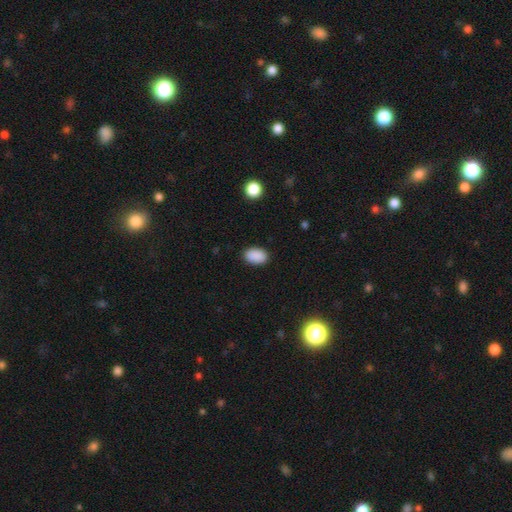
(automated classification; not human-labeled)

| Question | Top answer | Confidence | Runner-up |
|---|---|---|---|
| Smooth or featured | smooth | 90% | star or artifact (8%) |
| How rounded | in between | 89% | round (10%) |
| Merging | none | 89% | minor disturbance (8%) |